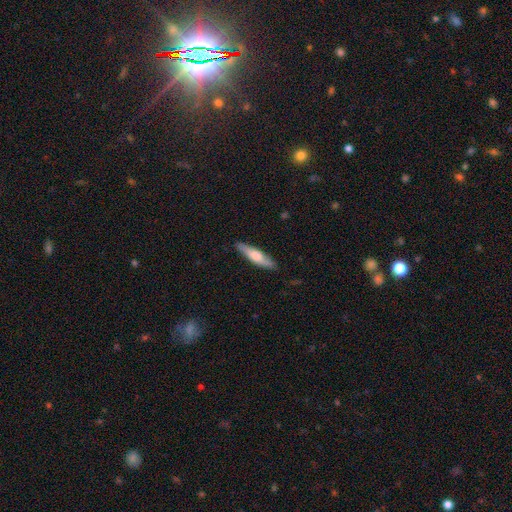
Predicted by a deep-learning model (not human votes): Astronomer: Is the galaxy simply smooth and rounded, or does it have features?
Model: smooth — 62%.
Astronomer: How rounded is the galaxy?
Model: cigar-shaped — 78%.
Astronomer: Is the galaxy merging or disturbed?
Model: none — 86%.